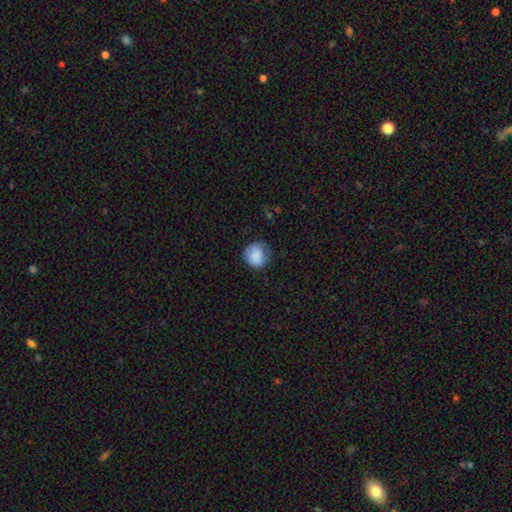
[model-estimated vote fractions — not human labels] Smooth or featured? Predicted: smooth (p=0.83). How rounded? Predicted: round (p=0.84). Merging? Predicted: none (p=0.67).